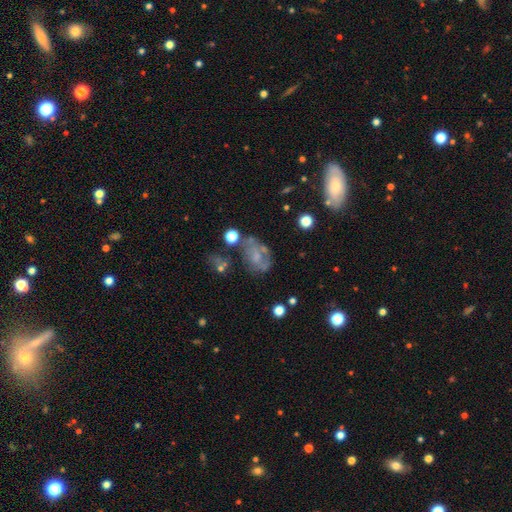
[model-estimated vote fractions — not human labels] This is possibly a featured or disk galaxy (47%). Merging: marginally none (40%).